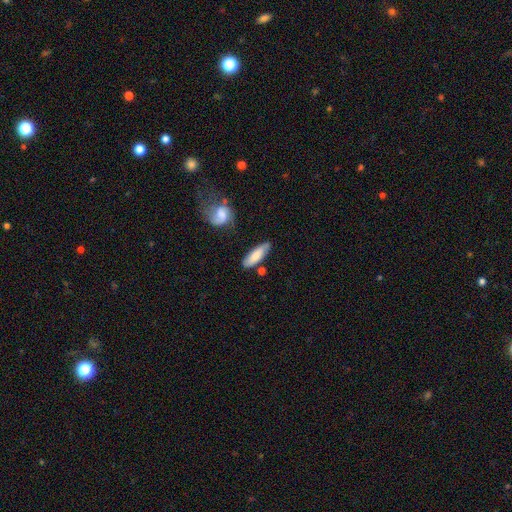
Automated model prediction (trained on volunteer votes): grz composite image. It shows a smooth galaxy with no disk features (71%) that is in between round and cigar-shaped (55%). Merging: none (71%).